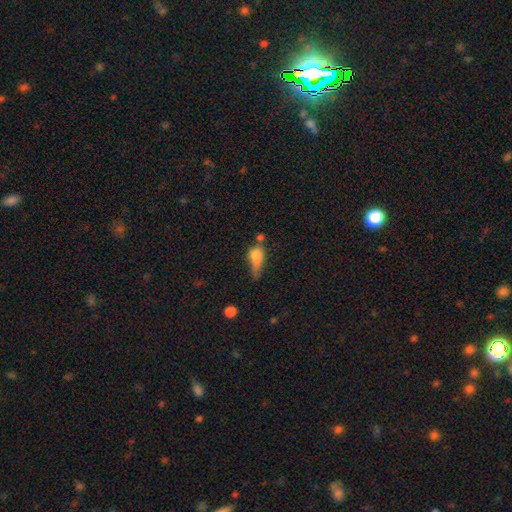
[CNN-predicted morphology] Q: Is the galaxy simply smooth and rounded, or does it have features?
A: smooth — 71%.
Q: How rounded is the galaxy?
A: in between — 62%.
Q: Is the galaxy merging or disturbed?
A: major disturbance — 34%.